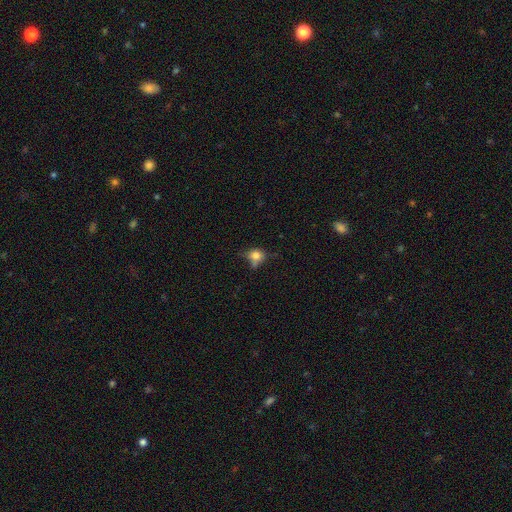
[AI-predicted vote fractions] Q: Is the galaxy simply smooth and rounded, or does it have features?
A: smooth — 74%.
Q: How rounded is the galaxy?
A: round — 53%.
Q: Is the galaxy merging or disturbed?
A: none — 42%.